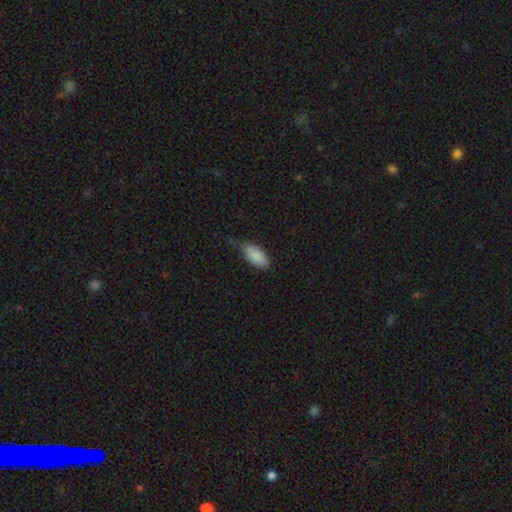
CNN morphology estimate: Smooth or featured? smooth (88%)
How rounded? in between (91%)
Merging? none (56%)